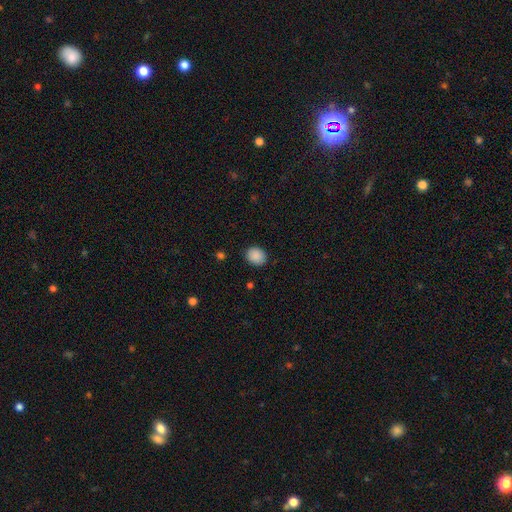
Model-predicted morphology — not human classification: smooth 89%, star or artifact 8%, featured or disk 3%. Down the decision tree: how rounded — round (60%); merging — none (88%).